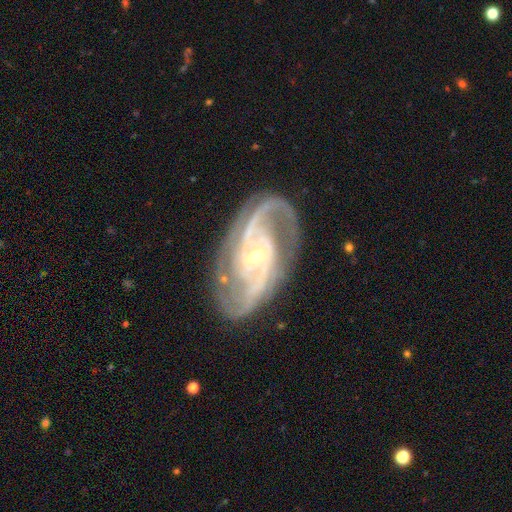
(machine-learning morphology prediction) Smooth or featured? Predicted: featured or disk (p=0.92). Edge-on disk? Predicted: no (p=0.97). Bar? Predicted: no (p=0.51). Spiral arms? Predicted: yes (p=0.98). Spiral winding? Predicted: medium (p=0.53). Spiral arm count? Predicted: 2 (p=0.73). Bulge size? Predicted: small (p=0.71). Merging? Predicted: none (p=0.78).